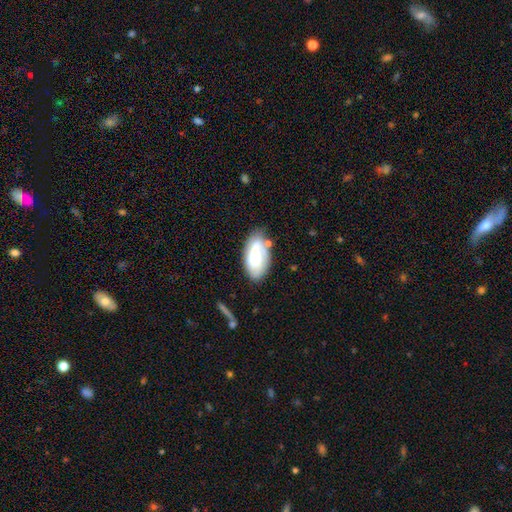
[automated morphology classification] Overall: smooth (52%; featured or disk 41%). How rounded: in between (93%). Merging: none (61%; minor disturbance 23%).